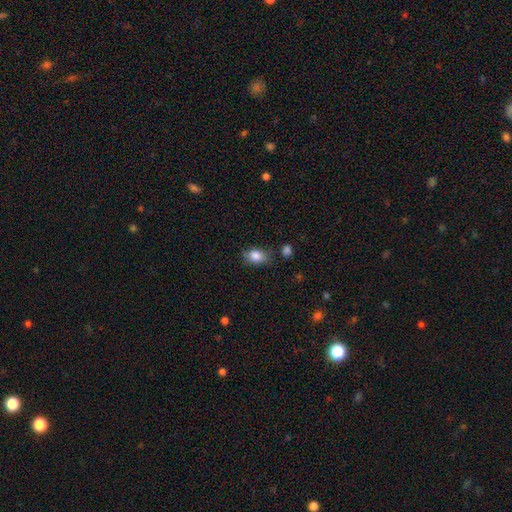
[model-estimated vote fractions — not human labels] A smooth galaxy with no disk features (84%) that is in between round and cigar-shaped (77%). Merging: none (70%).